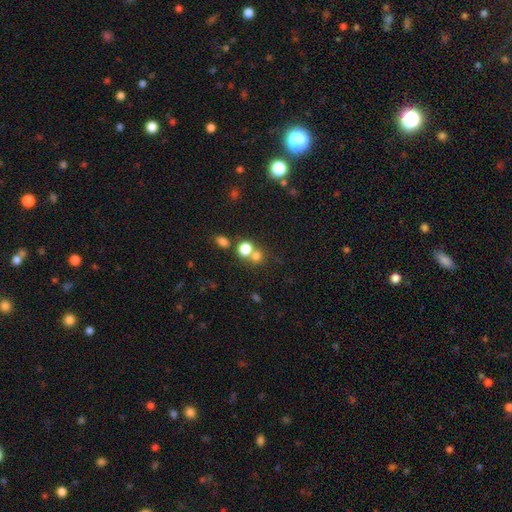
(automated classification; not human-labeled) This is likely a smooth galaxy (73%). How rounded: clearly round (83%). Merging: possibly none (50%).